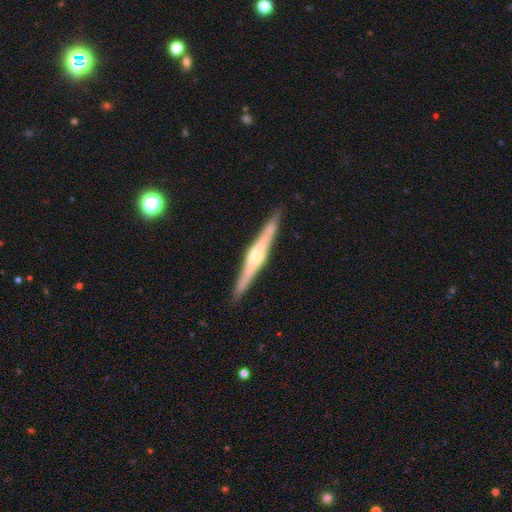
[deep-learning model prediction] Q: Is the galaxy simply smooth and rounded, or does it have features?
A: featured or disk — 81%.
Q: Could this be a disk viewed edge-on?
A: yes — 98%.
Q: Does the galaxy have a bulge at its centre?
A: rounded — 76%.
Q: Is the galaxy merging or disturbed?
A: none — 91%.